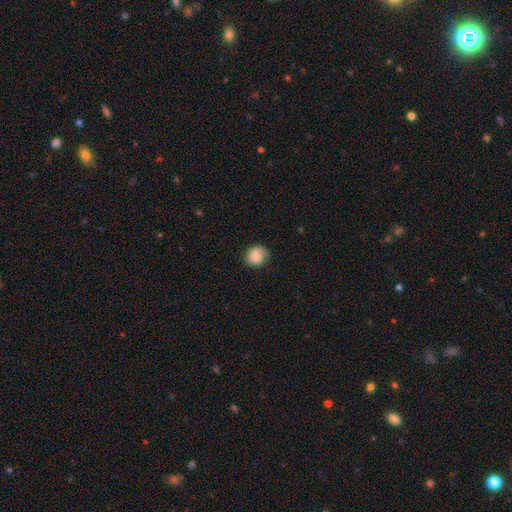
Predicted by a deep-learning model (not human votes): The model was most divided on "how rounded": round: 74%, in between: 25%, cigar-shaped: 1%. More confident: smooth or featured — smooth (85%); merging — none (81%).